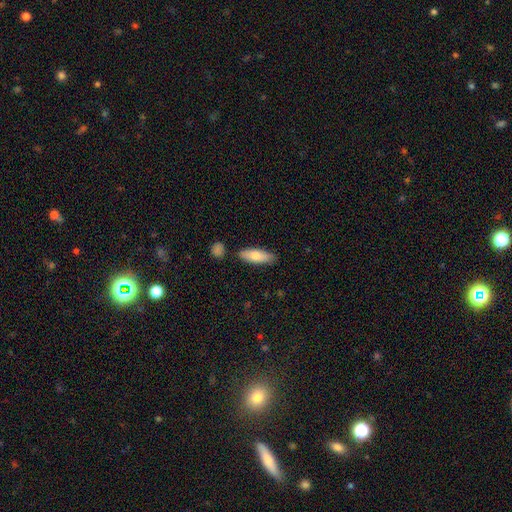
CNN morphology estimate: This appears to be a smooth galaxy with no disk features (78%) that is in between round and cigar-shaped (63%). Merging: none (83%).